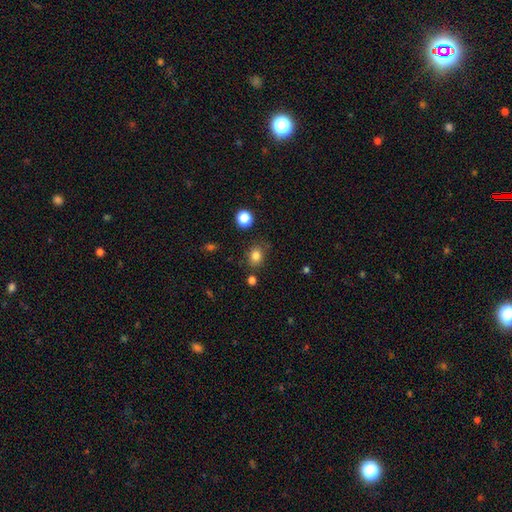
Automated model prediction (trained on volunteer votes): Overall: smooth (83%). How rounded: round (55%; in between 44%). Merging: none (77%).